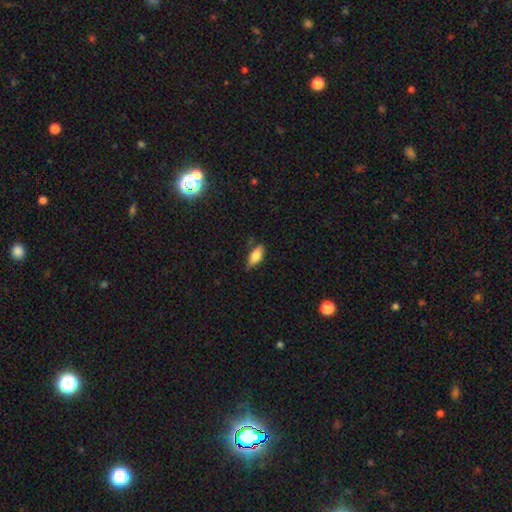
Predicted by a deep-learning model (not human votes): smooth 78%, featured or disk 15%, star or artifact 7%. Down the decision tree: how rounded — in between (83%); merging — none (68%).